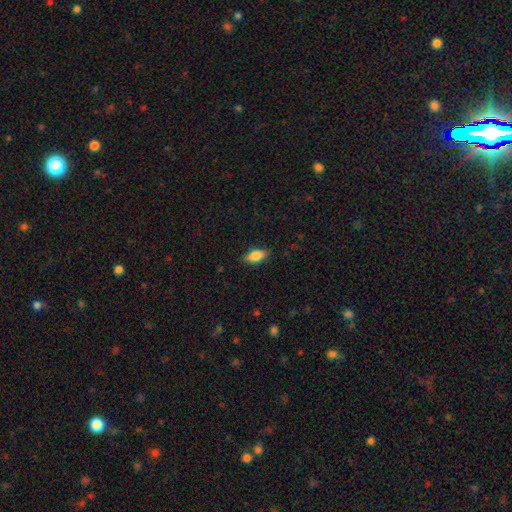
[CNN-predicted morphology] Smooth or featured: smooth — 82% (featured or disk — 11%)
How rounded: in between — 85% (cigar-shaped — 12%)
Merging: none — 84% (minor disturbance — 12%)